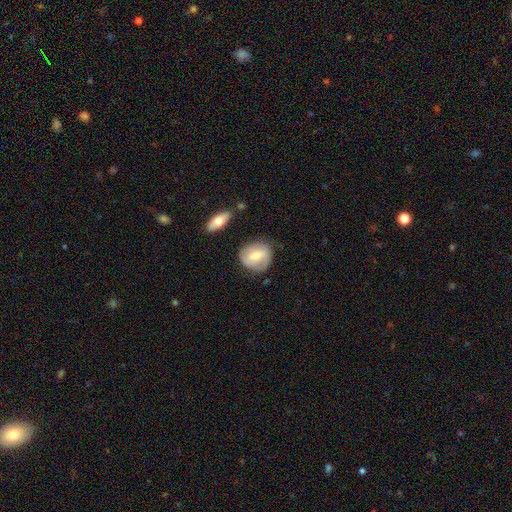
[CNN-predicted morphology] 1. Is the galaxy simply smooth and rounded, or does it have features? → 53% smooth, 41% featured or disk, 6% star or artifact.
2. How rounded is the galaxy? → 65% round, 33% in between, 2% cigar-shaped.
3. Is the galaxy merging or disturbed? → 68% none, 22% minor disturbance, 6% major disturbance, 3% merger.